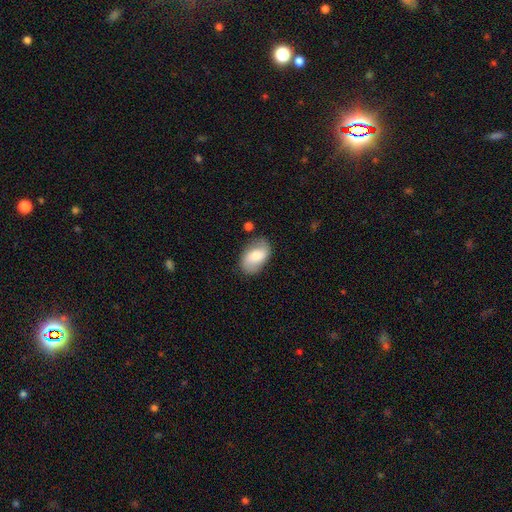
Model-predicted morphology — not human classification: smooth_or_featured: smooth (p=0.66) [alt: featured or disk p=0.28]
how_rounded: in between (p=0.90) [alt: round p=0.09]
merging: none (p=0.73) [alt: minor disturbance p=0.18]